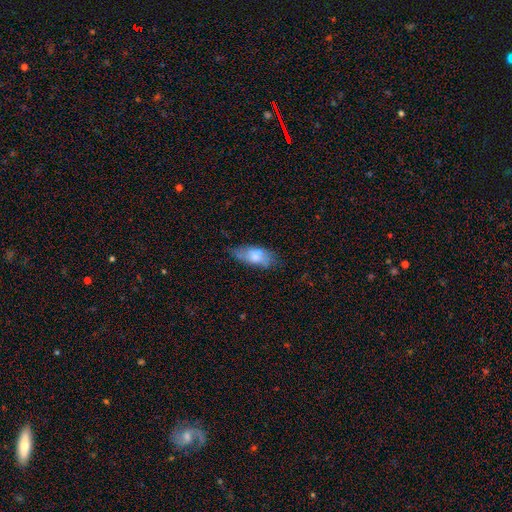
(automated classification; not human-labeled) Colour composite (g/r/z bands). It shows a smooth galaxy with no disk features (65%) that is in between round and cigar-shaped (84%). Merging: none (53%).